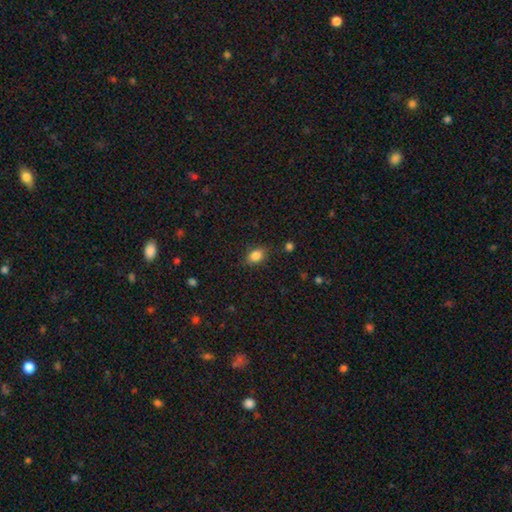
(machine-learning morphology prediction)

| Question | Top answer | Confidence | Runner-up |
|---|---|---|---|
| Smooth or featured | smooth | 84% | star or artifact (10%) |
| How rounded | in between | 77% | round (22%) |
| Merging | none | 81% | minor disturbance (14%) |